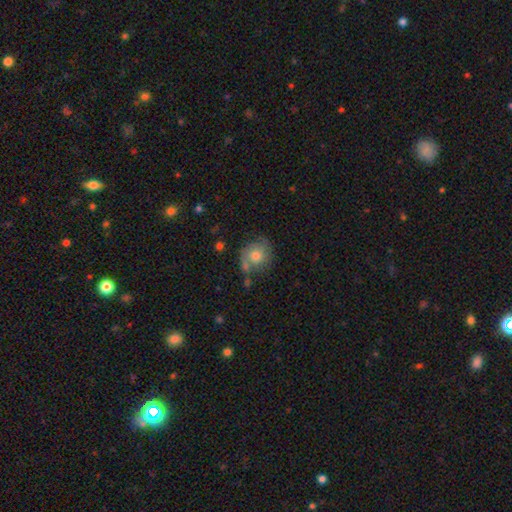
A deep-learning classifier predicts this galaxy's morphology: A smooth galaxy with no disk features (62%) that is round (77%). Merging: none (54%).